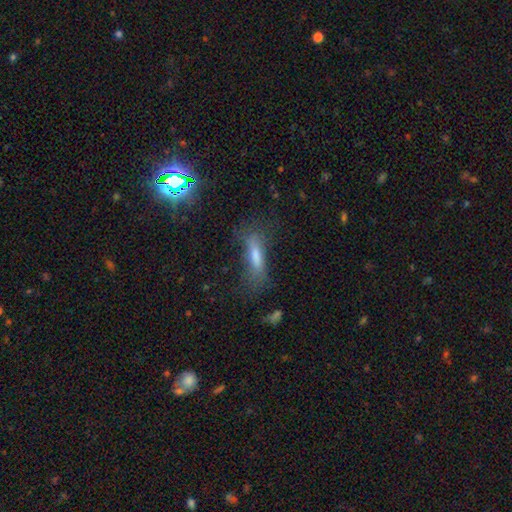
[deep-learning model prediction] This is possibly a smooth galaxy (60%). How rounded: likely cigar-shaped (64%). Merging: possibly none (54%).